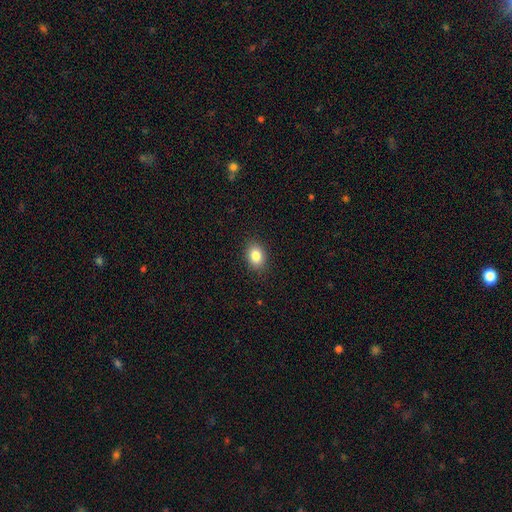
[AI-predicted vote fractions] smooth-or-featured: smooth: 84% | star or artifact: 10% | featured or disk: 6%
  how-rounded: in between: 67% | round: 32% | cigar-shaped: 1%
  merging: none: 89% | minor disturbance: 8% | major disturbance: 2% | merger: 1%